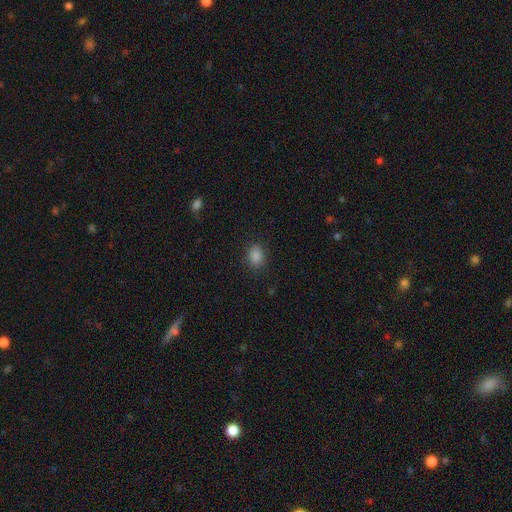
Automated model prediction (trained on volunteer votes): Smooth or featured? Predicted: smooth (p=0.84). How rounded? Predicted: in between (p=0.58). Merging? Predicted: none (p=0.87).